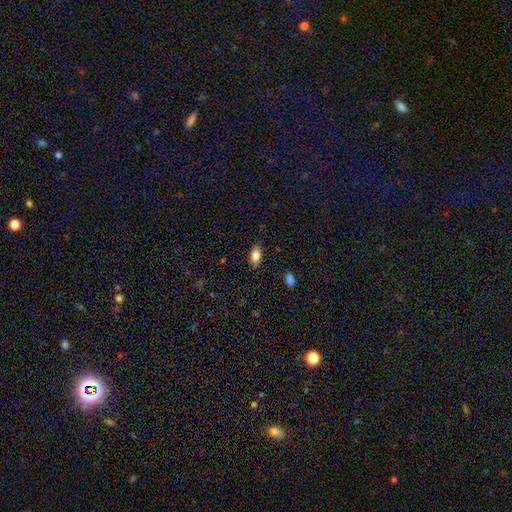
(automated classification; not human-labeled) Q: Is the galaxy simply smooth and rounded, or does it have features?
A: smooth — 80%.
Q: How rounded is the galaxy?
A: in between — 87%.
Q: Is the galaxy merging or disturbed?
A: none — 85%.